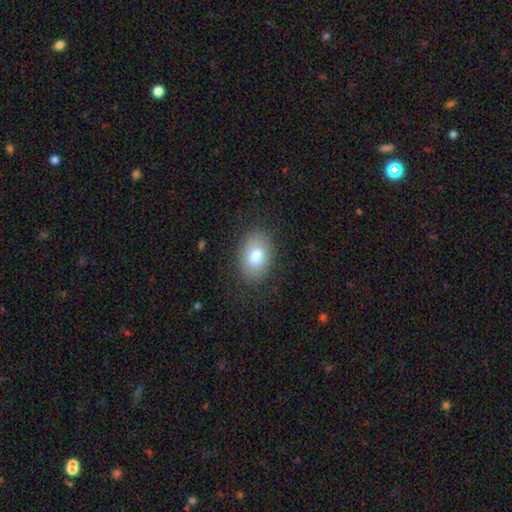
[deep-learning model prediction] A smooth galaxy with no disk features (78%) that is in between round and cigar-shaped (81%). Merging: none (83%).